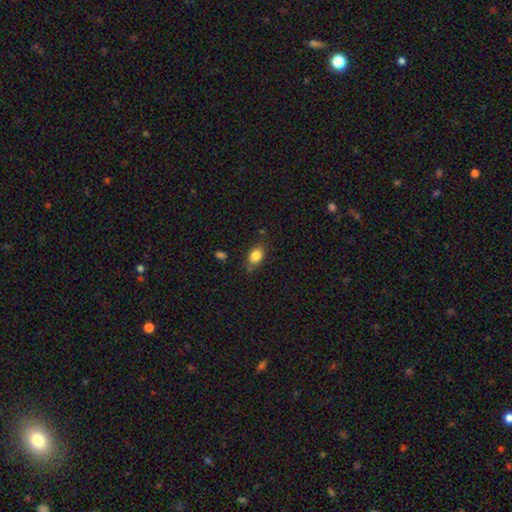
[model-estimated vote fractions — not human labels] A smooth galaxy with no disk features (84%) that is in between round and cigar-shaped (77%).

Vote fractions:
- Smooth or featured? smooth: 84% / star or artifact: 9% / featured or disk: 7%
- How rounded? in between: 77% / round: 21% / cigar-shaped: 2%
- Merging? none: 73% / minor disturbance: 18% / major disturbance: 4% / merger: 4%